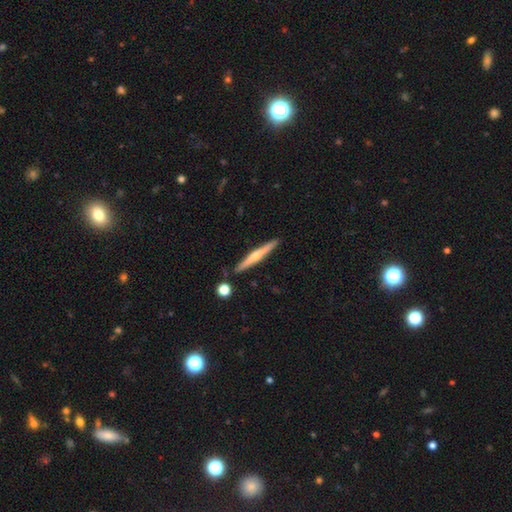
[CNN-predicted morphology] Q: Smooth or featured?
A: featured or disk (64%); runner-up: smooth (30%)
Q: Edge-on disk?
A: yes (97%); runner-up: no (3%)
Q: Edge-on bulge?
A: rounded (78%); runner-up: none (17%)
Q: Merging?
A: none (90%); runner-up: minor disturbance (7%)